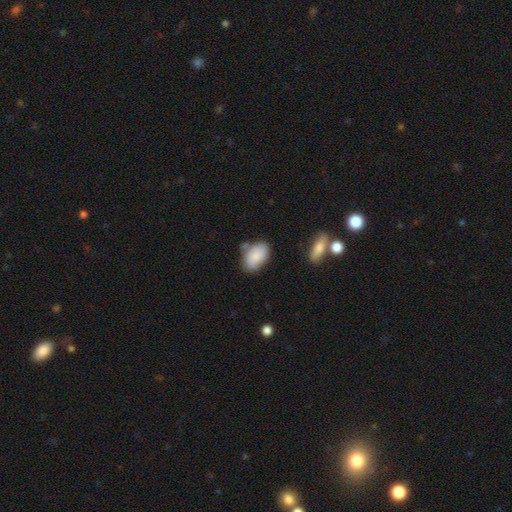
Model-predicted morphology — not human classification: A smooth galaxy with no disk features (84%) that is in between round and cigar-shaped (90%). Merging: none (63%).